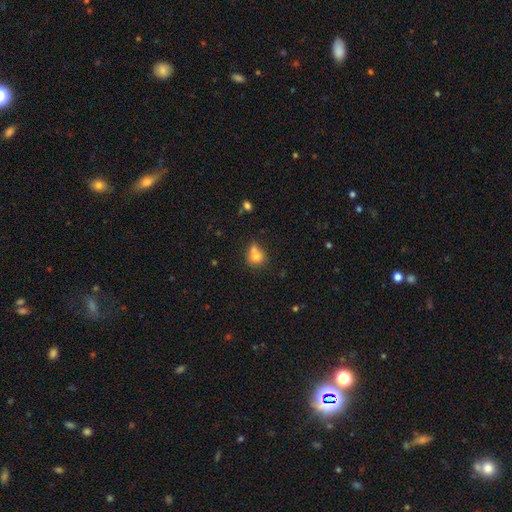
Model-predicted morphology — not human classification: A smooth galaxy with no disk features (74%) that is round (74%). Merging: merger (45%).